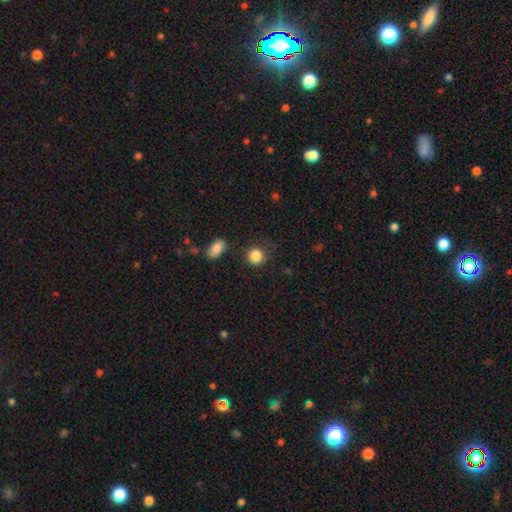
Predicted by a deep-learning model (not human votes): Smooth or featured? smooth (87%)
How rounded? round (86%)
Merging? none (81%)